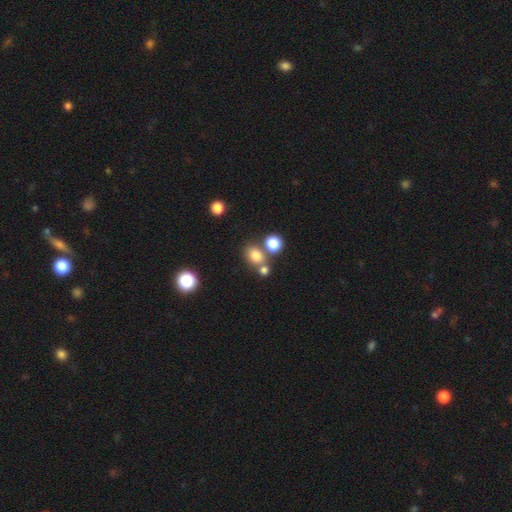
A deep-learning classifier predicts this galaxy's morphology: A smooth galaxy with no disk features (77%) that is round (52%). Merging: none (57%).